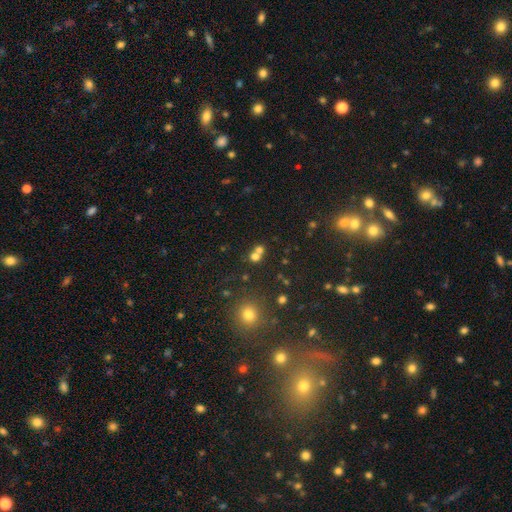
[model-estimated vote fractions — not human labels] Smooth or featured: smooth — 66% (star or artifact — 22%)
How rounded: round — 80% (in between — 19%)
Merging: none — 45% (tied with merger — 45%)